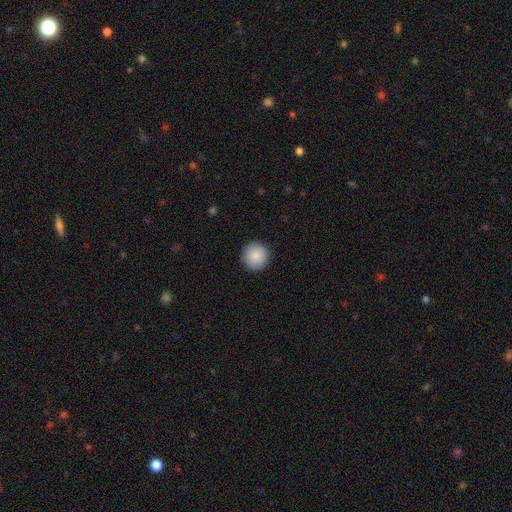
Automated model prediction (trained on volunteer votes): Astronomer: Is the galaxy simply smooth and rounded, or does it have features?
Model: smooth — 88%.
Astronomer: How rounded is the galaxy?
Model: round — 95%.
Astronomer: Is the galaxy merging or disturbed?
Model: none — 92%.